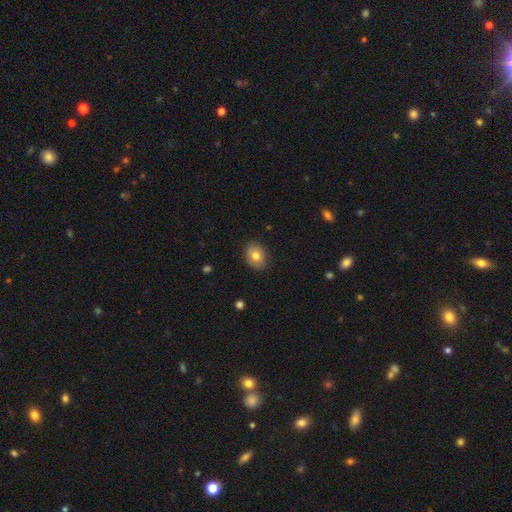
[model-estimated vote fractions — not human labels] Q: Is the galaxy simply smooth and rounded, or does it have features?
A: smooth — 79%.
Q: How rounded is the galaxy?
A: in between — 58%.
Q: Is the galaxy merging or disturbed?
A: none — 89%.